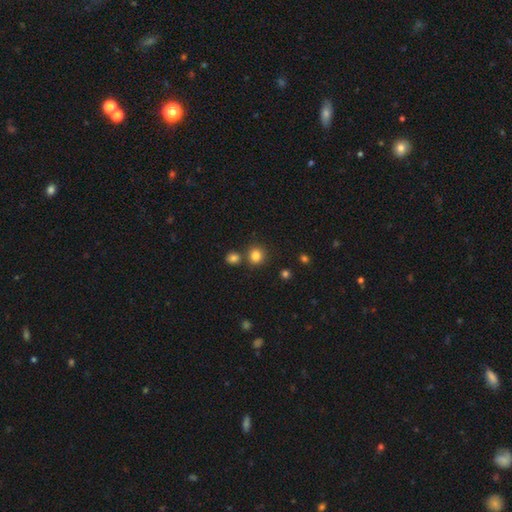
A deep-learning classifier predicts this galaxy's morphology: A smooth galaxy with no disk features (83%) that is round (89%).

Vote fractions:
- Smooth or featured? smooth: 83% / star or artifact: 12% / featured or disk: 5%
- How rounded? round: 89% / in between: 10% / cigar-shaped: 1%
- Merging? none: 77% / merger: 13% / minor disturbance: 7% / major disturbance: 3%